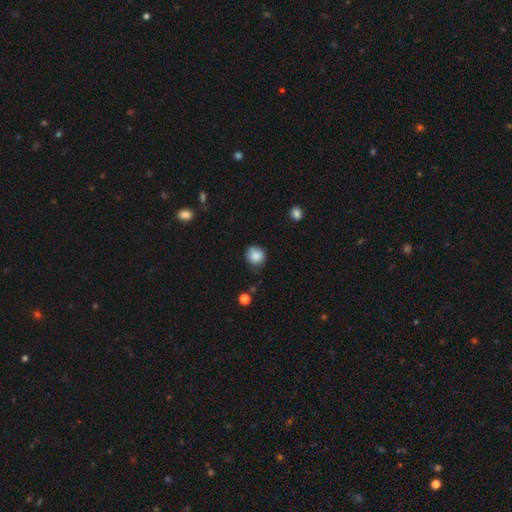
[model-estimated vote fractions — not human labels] A smooth galaxy with no disk features (86%) that is round (88%).

Vote fractions:
- Smooth or featured? smooth: 86% / star or artifact: 9% / featured or disk: 5%
- How rounded? round: 88% / in between: 11% / cigar-shaped: 1%
- Merging? none: 73% / minor disturbance: 21% / major disturbance: 4% / merger: 2%